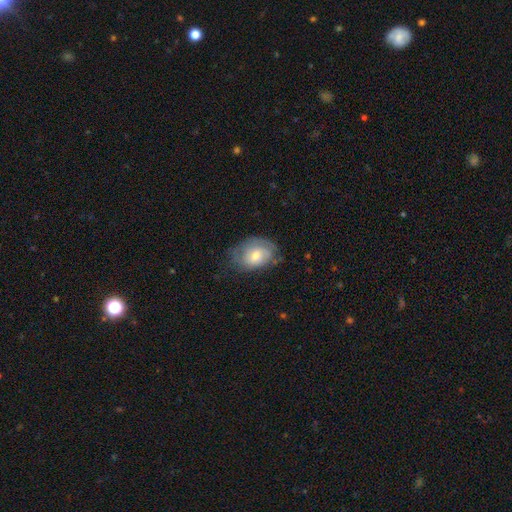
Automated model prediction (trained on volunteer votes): A smooth galaxy with no disk features (55%) that is in between round and cigar-shaped (72%). Merging: none (58%).